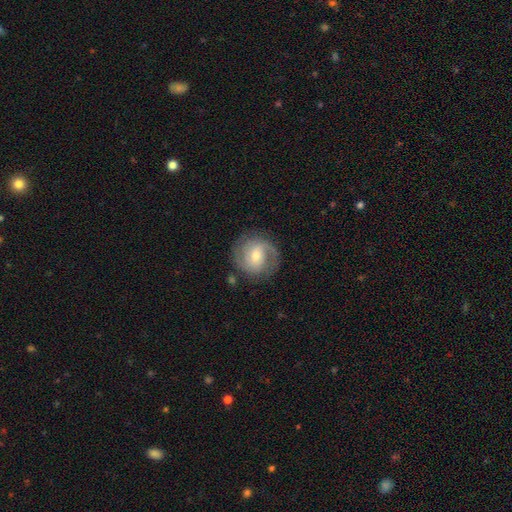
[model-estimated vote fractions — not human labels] Overall: featured or disk (72%). Edge-on disk: no (98%). Bar: no (48%; weak 43%). Spiral arms: yes (92%). Spiral arm count: 2 (64%). Spiral winding: medium (43%; tight 38%). Bulge size: moderate (52%; small 41%). Merging: none (78%).